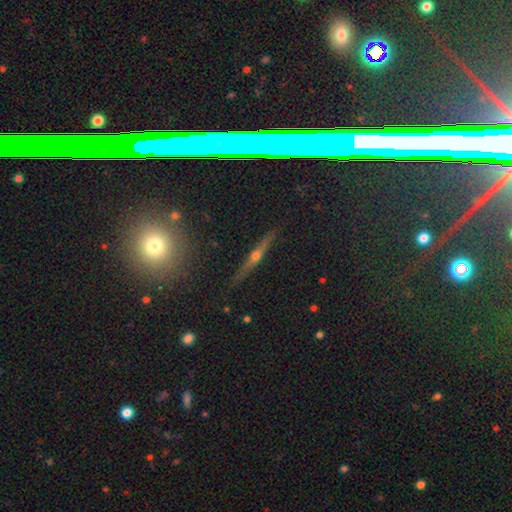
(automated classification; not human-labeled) Smooth or featured?
  - featured or disk: 71% *
  - smooth: 18%
  - star or artifact: 12%
Edge-on disk?
  - yes: 95% *
  - no: 5%
Edge-on bulge?
  - rounded: 88% *
  - none: 8%
  - boxy: 4%
Merging?
  - none: 88% *
  - minor disturbance: 8%
  - major disturbance: 2%
  - merger: 2%